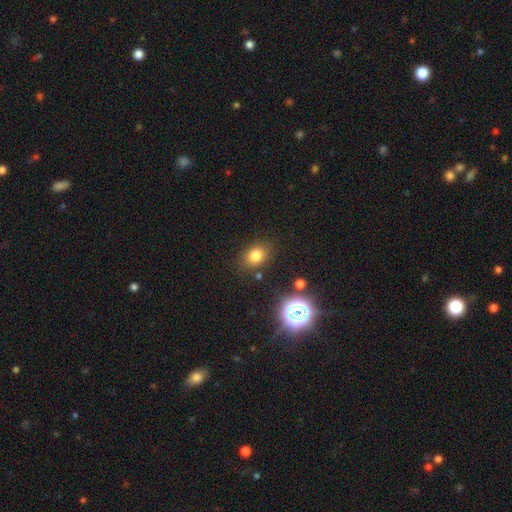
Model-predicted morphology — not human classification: A smooth galaxy with no disk features (78%) that is in between round and cigar-shaped (59%). Merging: none (82%).